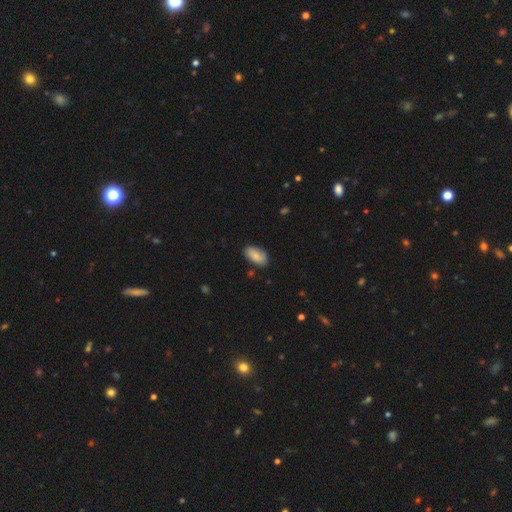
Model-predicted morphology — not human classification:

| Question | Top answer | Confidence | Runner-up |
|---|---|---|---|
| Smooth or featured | smooth | 83% | featured or disk (11%) |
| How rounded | in between | 94% | round (3%) |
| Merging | none | 83% | minor disturbance (13%) |